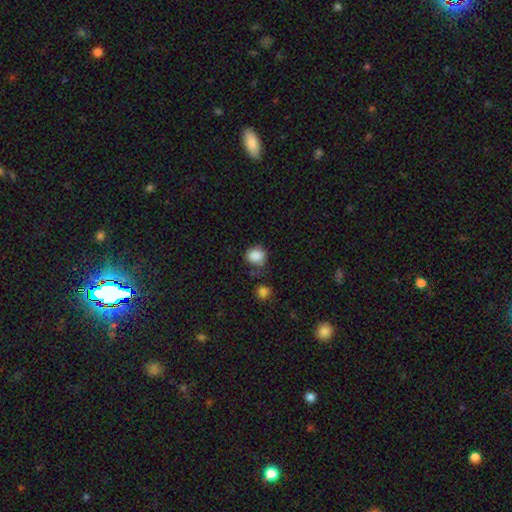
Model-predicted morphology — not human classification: A smooth galaxy with no disk features (85%) that is round (65%). Merging: none (58%).